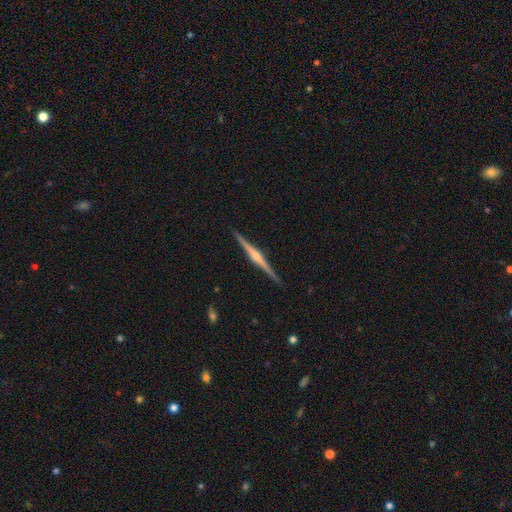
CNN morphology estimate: A featured or disk galaxy (82%) viewed edge-on (99%) with a rounded central bulge (79%).

Vote fractions:
- Smooth or featured? featured or disk: 82% / smooth: 13% / star or artifact: 5%
- Edge-on disk? yes: 99% / no: 1%
- Edge-on bulge? rounded: 79% / boxy: 11% / none: 9%
- Merging? none: 91% / minor disturbance: 7% / major disturbance: 1% / merger: 1%